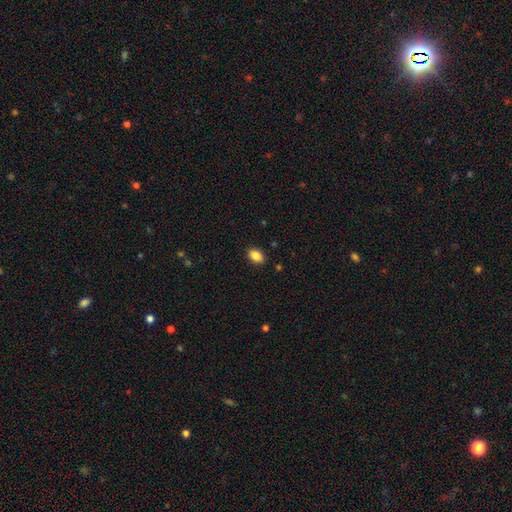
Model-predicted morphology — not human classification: This appears to be a smooth galaxy with no disk features (87%) that is in between round and cigar-shaped (86%). Merging: none (88%).